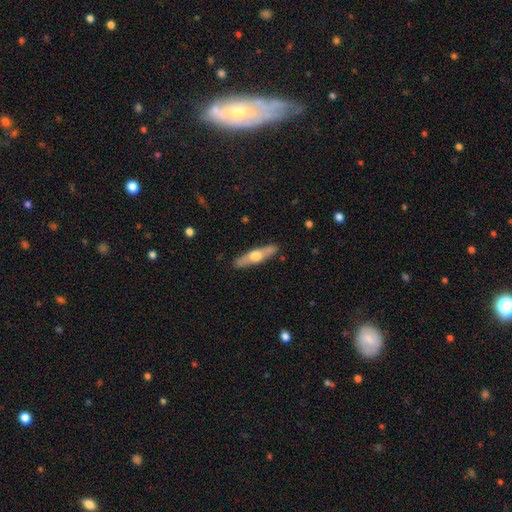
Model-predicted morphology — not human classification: Smooth or featured? Predicted: featured or disk (p=0.53). Edge-on disk? Predicted: yes (p=0.87). Merging? Predicted: none (p=0.88).